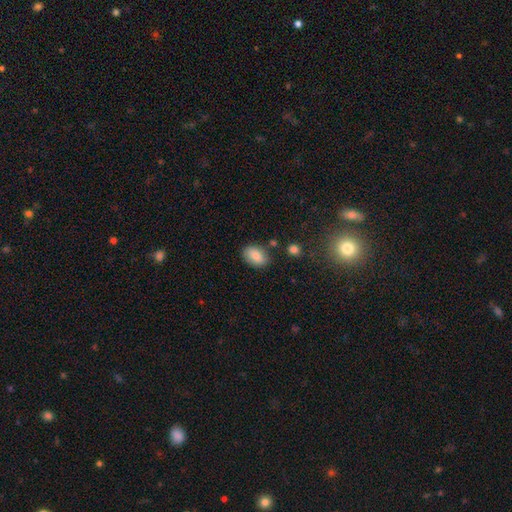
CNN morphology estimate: This appears to be a smooth galaxy with no disk features (84%) that is in between round and cigar-shaped (85%). Merging: none (79%).